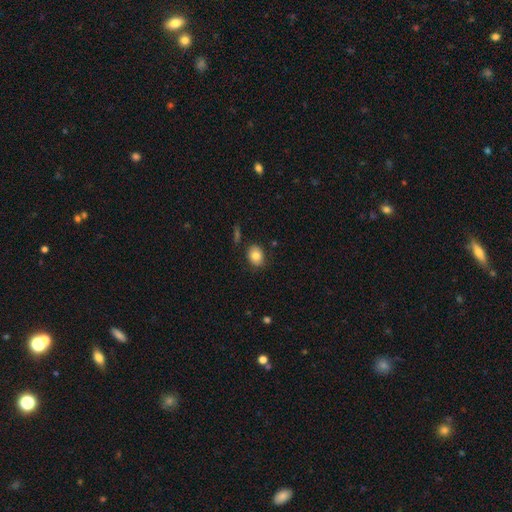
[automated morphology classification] smooth_or_featured: smooth (p=0.82) [alt: featured or disk p=0.10]
how_rounded: in between (p=0.58) [alt: round p=0.41]
merging: none (p=0.82) [alt: minor disturbance p=0.12]